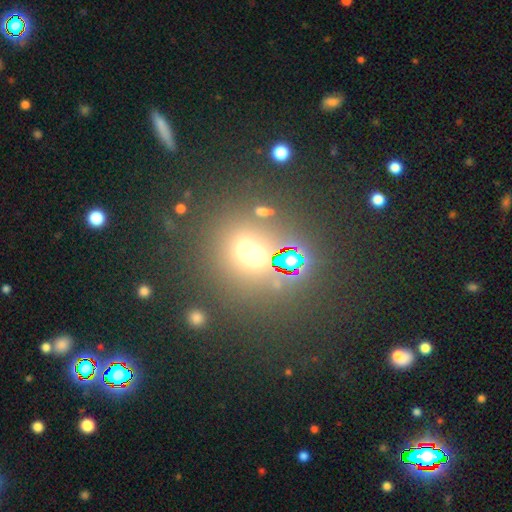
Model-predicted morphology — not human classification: This is marginally a star or artifact rather than a galaxy (44%).